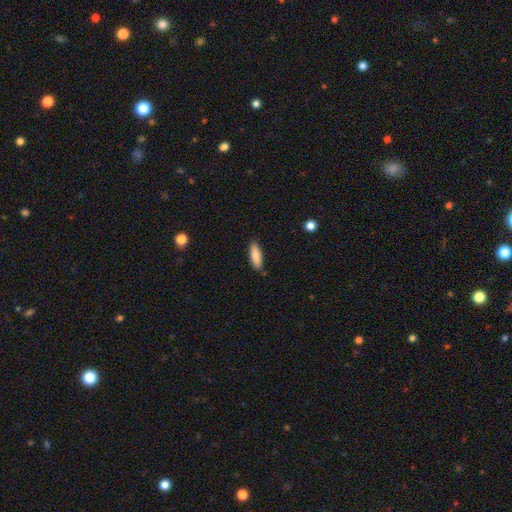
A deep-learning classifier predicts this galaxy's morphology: This is clearly a smooth galaxy (86%). How rounded: possibly in between (55%). Merging: clearly none (85%).